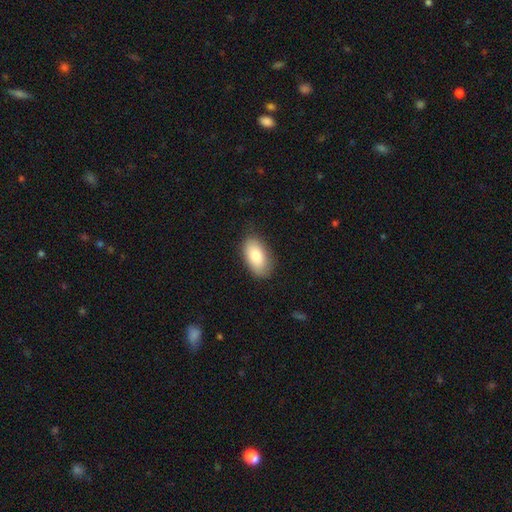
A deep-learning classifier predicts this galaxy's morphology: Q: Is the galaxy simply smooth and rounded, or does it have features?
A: smooth — 82%.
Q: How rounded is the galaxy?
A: in between — 94%.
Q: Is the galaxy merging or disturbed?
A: none — 82%.